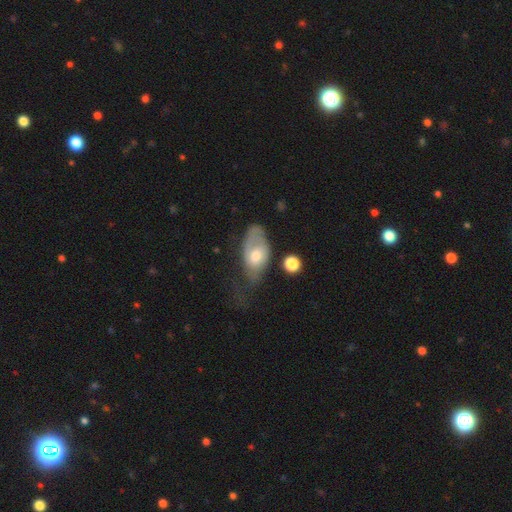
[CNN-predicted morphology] smooth 50%, featured or disk 44%, star or artifact 6%. Down the decision tree: how rounded — in between (90%); merging — major disturbance (36%).